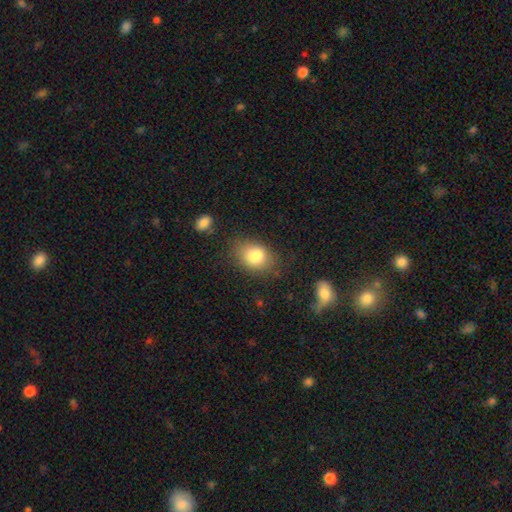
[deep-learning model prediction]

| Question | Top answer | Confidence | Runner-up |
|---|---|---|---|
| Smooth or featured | smooth | 83% | star or artifact (8%) |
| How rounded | in between | 73% | round (26%) |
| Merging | none | 71% | minor disturbance (19%) |